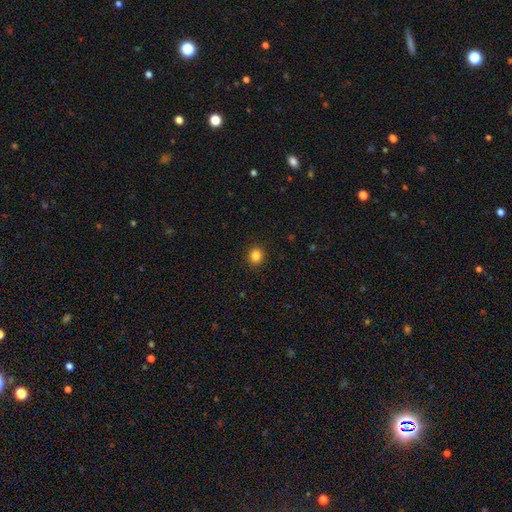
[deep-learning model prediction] Overall: smooth (84%). How rounded: round (86%). Merging: none (91%).